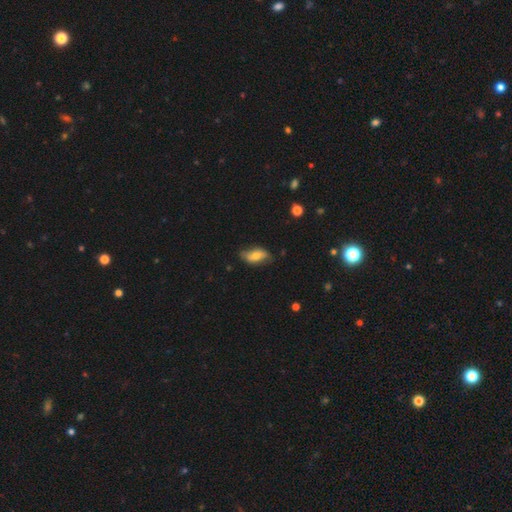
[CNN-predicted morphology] smooth-or-featured: smooth: 60% | featured or disk: 33% | star or artifact: 7%
  how-rounded: in between: 87% | cigar-shaped: 8% | round: 4%
  merging: none: 68% | minor disturbance: 26% | major disturbance: 5% | merger: 2%